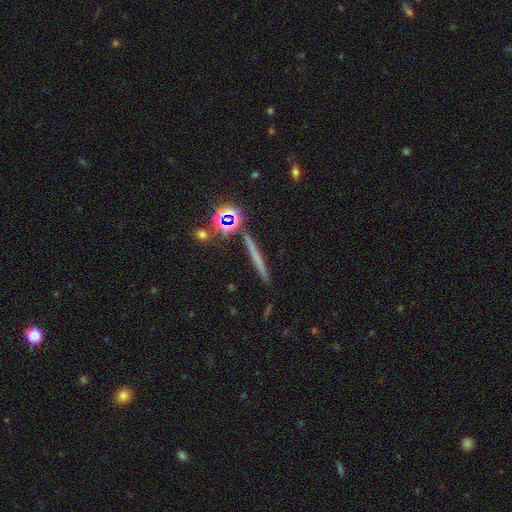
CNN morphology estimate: smooth 44%, featured or disk 36%, star or artifact 20%. Down the decision tree: merging — none (89%).